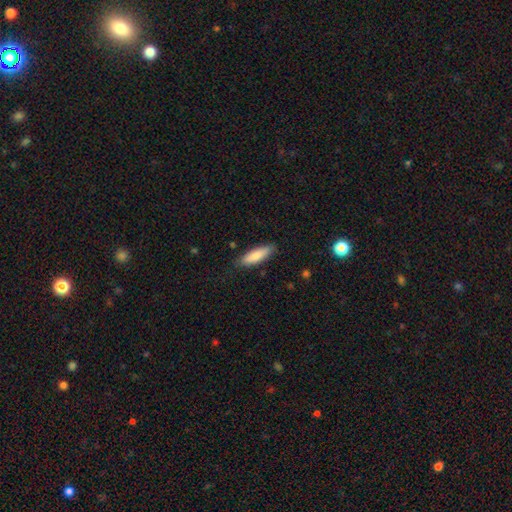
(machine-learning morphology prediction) The model was most divided on "how rounded": cigar-shaped: 54%, in between: 45%, round: 1%. More confident: smooth or featured — smooth (84%); merging — none (82%).